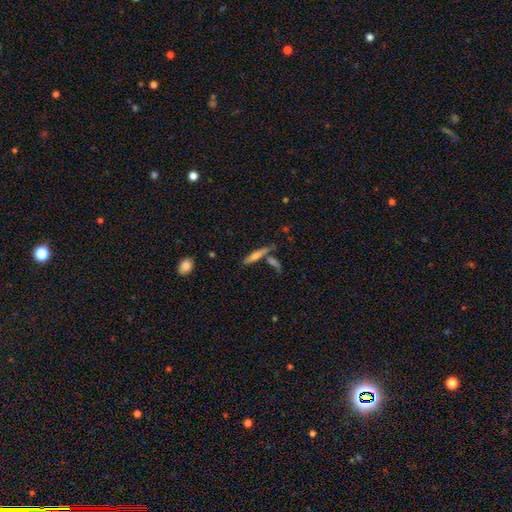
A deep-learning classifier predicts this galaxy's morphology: Smooth or featured?
  - smooth: 47% *
  - featured or disk: 44%
  - star or artifact: 9%
Merging?
  - none: 63% *
  - merger: 21%
  - minor disturbance: 12%
  - major disturbance: 5%